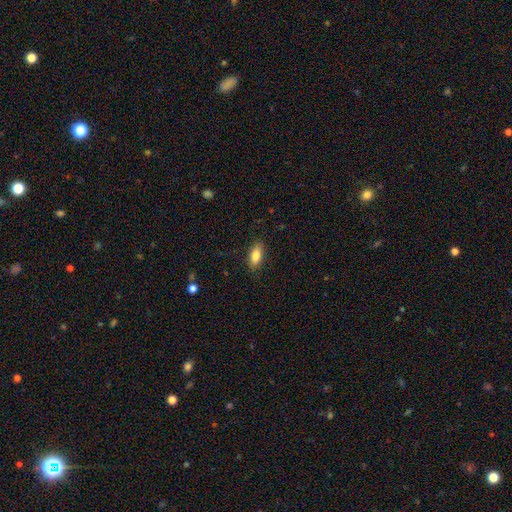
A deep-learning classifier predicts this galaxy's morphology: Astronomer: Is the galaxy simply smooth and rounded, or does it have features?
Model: smooth — 84%.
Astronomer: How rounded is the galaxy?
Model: in between — 85%.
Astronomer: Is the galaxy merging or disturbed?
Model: none — 87%.